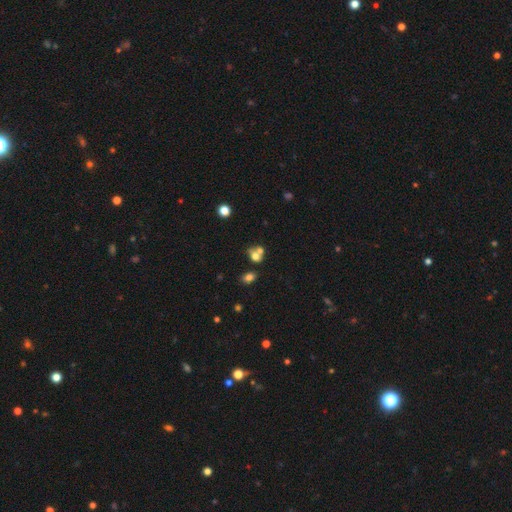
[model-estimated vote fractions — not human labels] Smooth or featured? Predicted: smooth (p=0.71). How rounded? Predicted: in between (p=0.52). Merging? Predicted: merger (p=0.51).